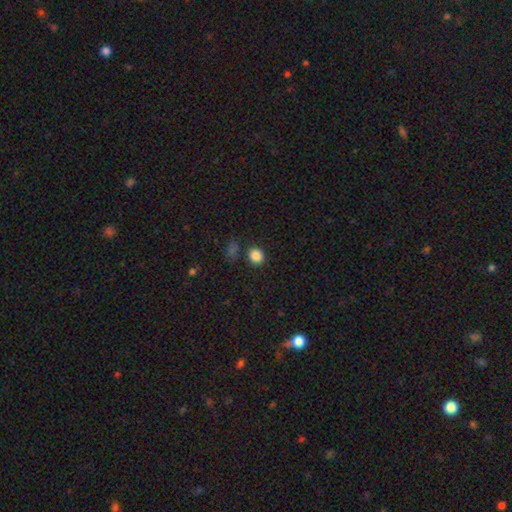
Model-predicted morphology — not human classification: type=smooth (86%); roundness=round (77%); merging=none (83%).